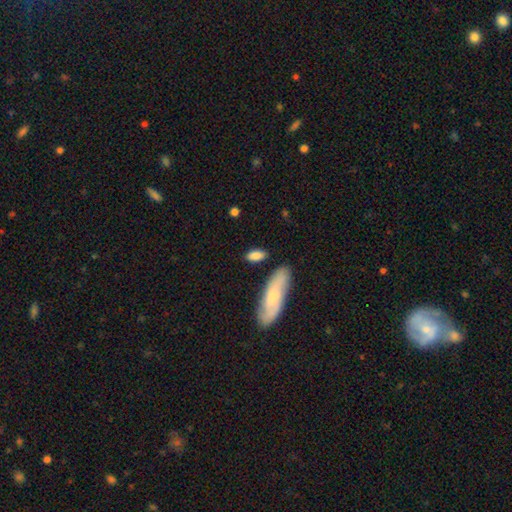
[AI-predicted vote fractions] Overall: smooth (83%). How rounded: in between (75%). Merging: none (76%).